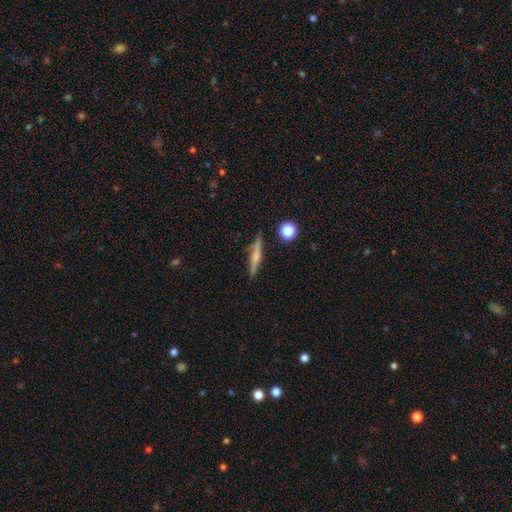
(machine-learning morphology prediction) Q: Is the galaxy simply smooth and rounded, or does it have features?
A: featured or disk — 47%.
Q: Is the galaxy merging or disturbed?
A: none — 88%.